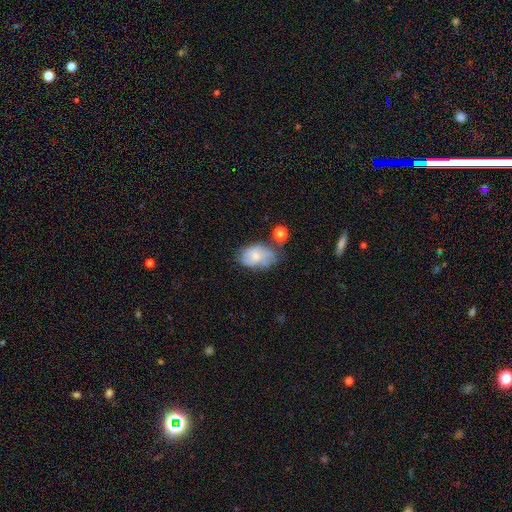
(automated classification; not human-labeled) Smooth or featured? Predicted: smooth (p=0.53). How rounded? Predicted: in between (p=0.84). Merging? Predicted: none (p=0.39).